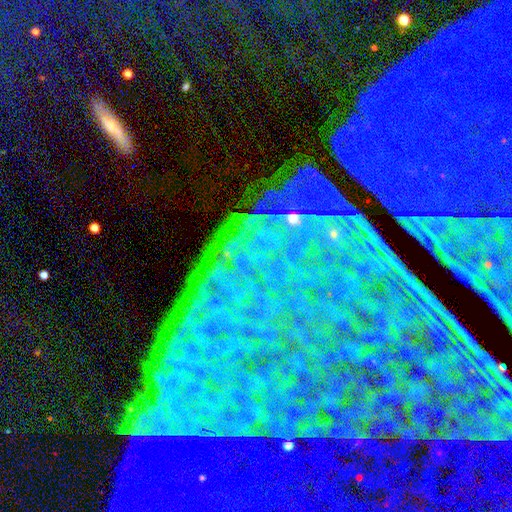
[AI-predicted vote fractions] Smooth or featured: star or artifact — 84% (featured or disk — 9%)